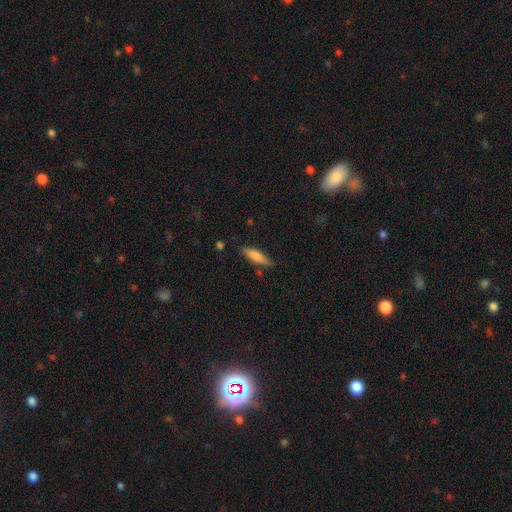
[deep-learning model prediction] Smooth or featured: smooth — 73% (featured or disk — 21%)
How rounded: cigar-shaped — 65% (in between — 33%)
Merging: none — 80% (minor disturbance — 14%)